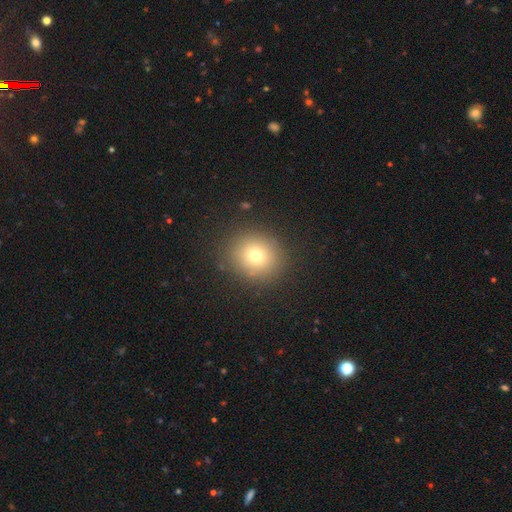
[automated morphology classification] type=smooth (71%); roundness=round (82%); merging=none (87%).